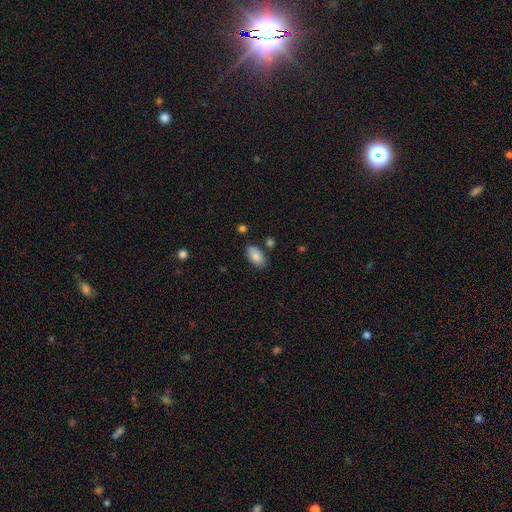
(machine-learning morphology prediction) smooth_or_featured: smooth (p=0.85) [alt: featured or disk p=0.09]
how_rounded: in between (p=0.94) [alt: round p=0.04]
merging: none (p=0.79) [alt: minor disturbance p=0.14]